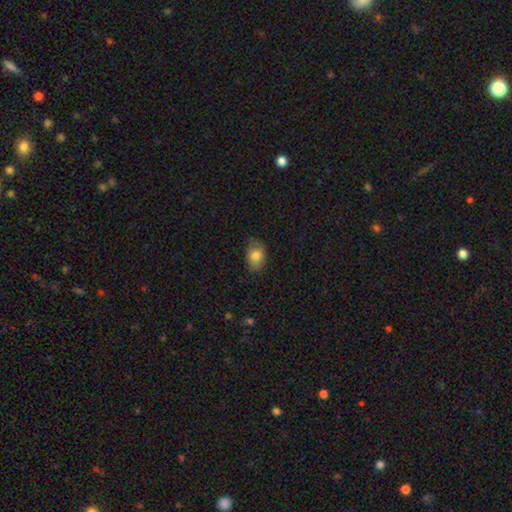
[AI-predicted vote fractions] Smooth or featured?
  - smooth: 80% *
  - featured or disk: 12%
  - star or artifact: 8%
How rounded?
  - in between: 82% *
  - round: 17%
  - cigar-shaped: 1%
Merging?
  - none: 69% *
  - minor disturbance: 24%
  - major disturbance: 5%
  - merger: 1%